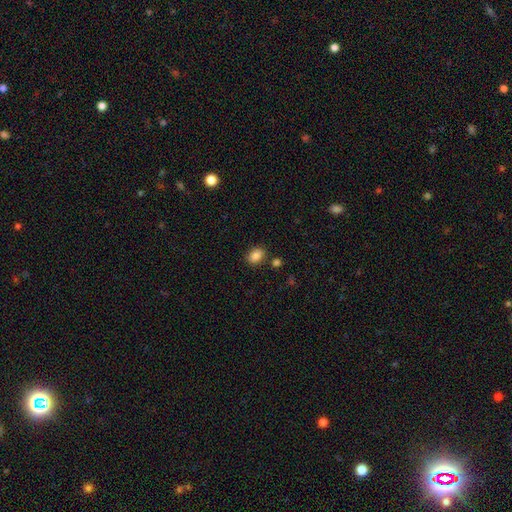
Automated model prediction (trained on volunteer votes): Q: Smooth or featured?
A: smooth (86%); runner-up: star or artifact (9%)
Q: How rounded?
A: in between (72%); runner-up: round (27%)
Q: Merging?
A: none (83%); runner-up: minor disturbance (10%)